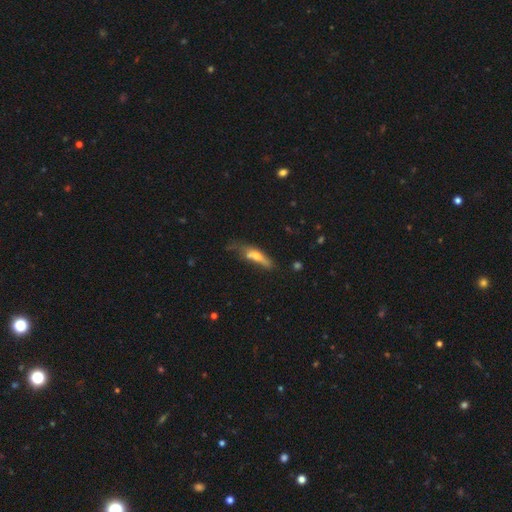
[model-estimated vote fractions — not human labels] The model was most divided on "merging": none: 34%, minor disturbance: 27%, major disturbance: 24%, merger: 15%. More confident: how rounded — cigar-shaped (64%); smooth or featured — smooth (51%).